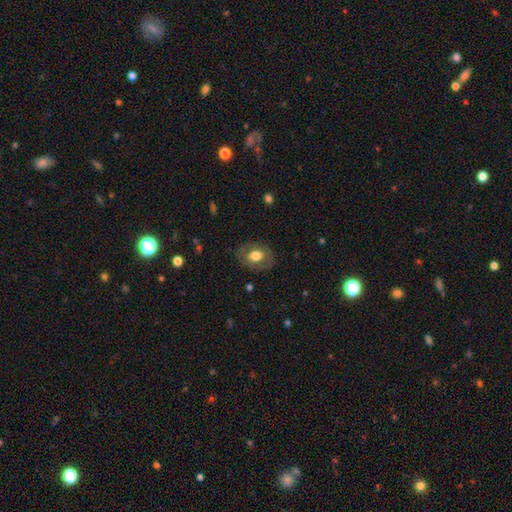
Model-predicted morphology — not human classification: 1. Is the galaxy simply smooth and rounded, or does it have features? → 59% smooth, 34% featured or disk, 7% star or artifact.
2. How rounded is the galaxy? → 64% in between, 35% round, 1% cigar-shaped.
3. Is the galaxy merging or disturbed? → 80% none, 13% minor disturbance, 6% major disturbance, 1% merger.